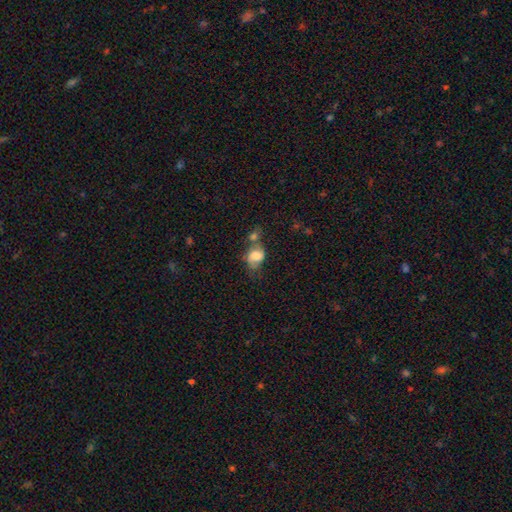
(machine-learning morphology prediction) Smooth or featured?
  - smooth: 65% *
  - featured or disk: 26%
  - star or artifact: 10%
How rounded?
  - in between: 58% *
  - round: 41%
  - cigar-shaped: 1%
Merging?
  - merger: 37% *
  - none: 28%
  - minor disturbance: 20%
  - major disturbance: 14%